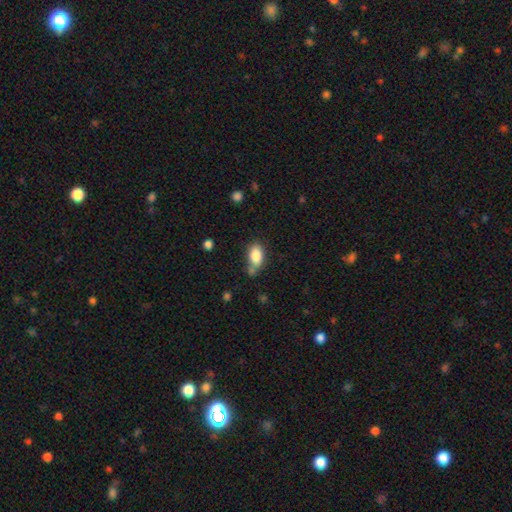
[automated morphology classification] A smooth galaxy with no disk features (84%) that is in between round and cigar-shaped (89%). Merging: none (58%).